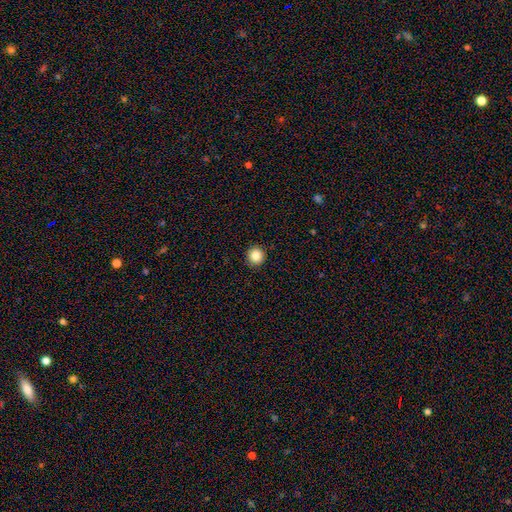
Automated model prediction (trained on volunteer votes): Morphology: type=smooth (84%); roundness=round (95%); merging=none (93%).